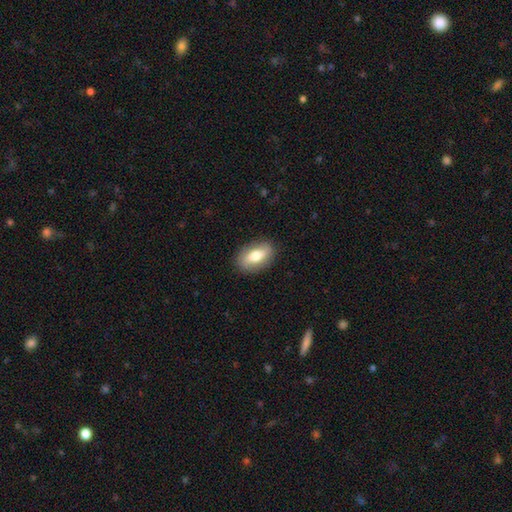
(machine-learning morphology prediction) Smooth or featured: smooth — 62% (featured or disk — 31%)
How rounded: in between — 86% (round — 8%)
Merging: none — 86% (minor disturbance — 10%)